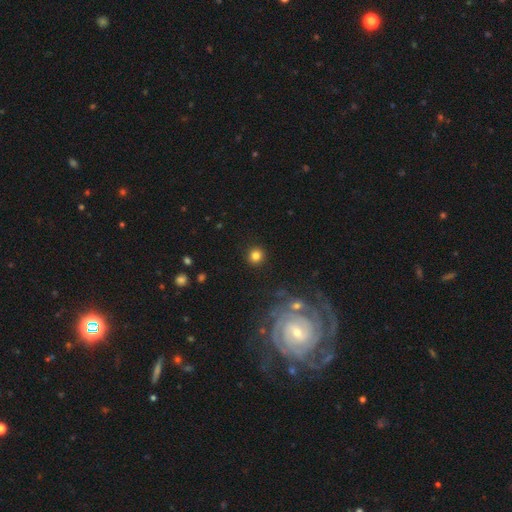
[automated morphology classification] Smooth or featured?
  - smooth: 81% *
  - star or artifact: 12%
  - featured or disk: 7%
How rounded?
  - round: 93% *
  - in between: 6%
  - cigar-shaped: 1%
Merging?
  - none: 91% *
  - minor disturbance: 5%
  - major disturbance: 2%
  - merger: 2%